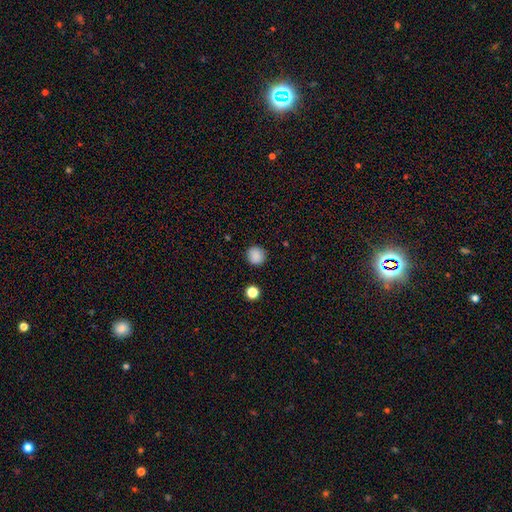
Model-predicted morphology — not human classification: Smooth or featured? smooth (87%)
How rounded? round (92%)
Merging? none (89%)